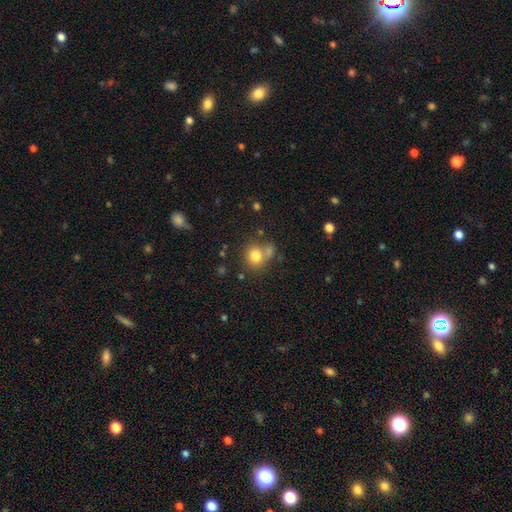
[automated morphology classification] smooth_or_featured: smooth (p=0.78) [alt: star or artifact p=0.12]
how_rounded: round (p=0.77) [alt: in between p=0.22]
merging: none (p=0.57) [alt: merger p=0.24]